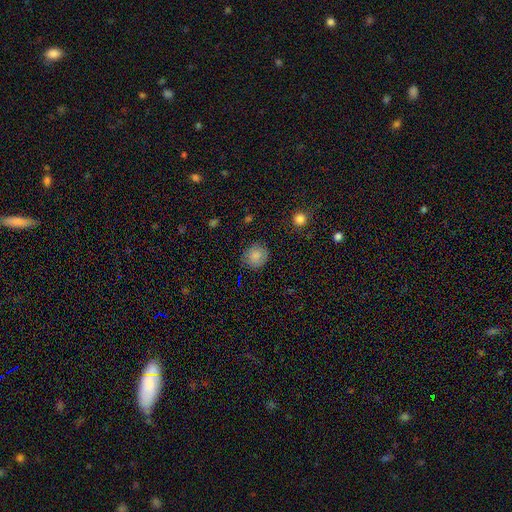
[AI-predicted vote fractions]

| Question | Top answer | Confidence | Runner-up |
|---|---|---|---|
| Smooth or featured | smooth | 84% | star or artifact (10%) |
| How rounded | round | 83% | in between (16%) |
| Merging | none | 83% | minor disturbance (12%) |